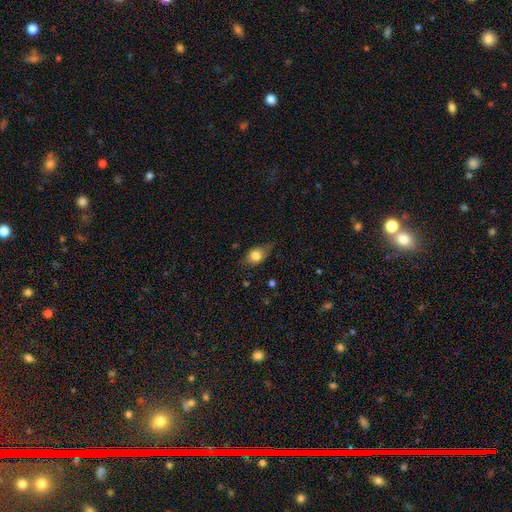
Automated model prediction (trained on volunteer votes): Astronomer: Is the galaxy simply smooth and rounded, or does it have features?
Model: smooth — 74%.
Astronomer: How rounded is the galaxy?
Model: in between — 67%.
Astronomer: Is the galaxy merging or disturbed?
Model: none — 64%.